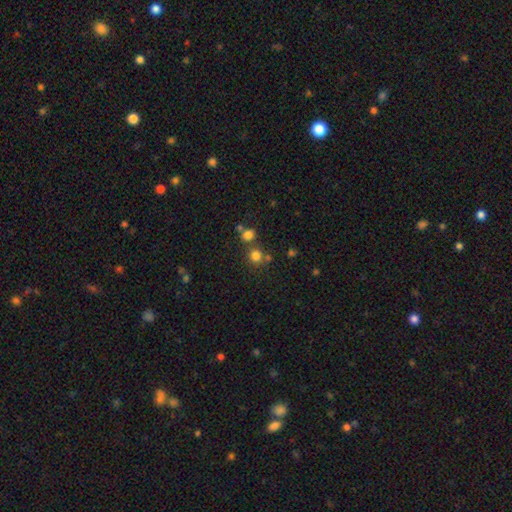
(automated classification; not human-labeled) This is likely a smooth galaxy (76%). How rounded: clearly round (89%). Merging: likely none (67%).